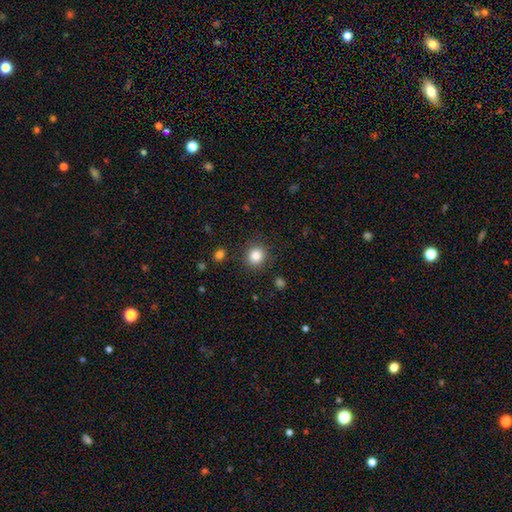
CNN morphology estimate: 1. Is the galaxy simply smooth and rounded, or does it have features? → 84% smooth, 11% star or artifact, 5% featured or disk.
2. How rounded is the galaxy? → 87% round, 12% in between, 1% cigar-shaped.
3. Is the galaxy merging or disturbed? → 88% none, 8% minor disturbance, 3% major disturbance, 2% merger.